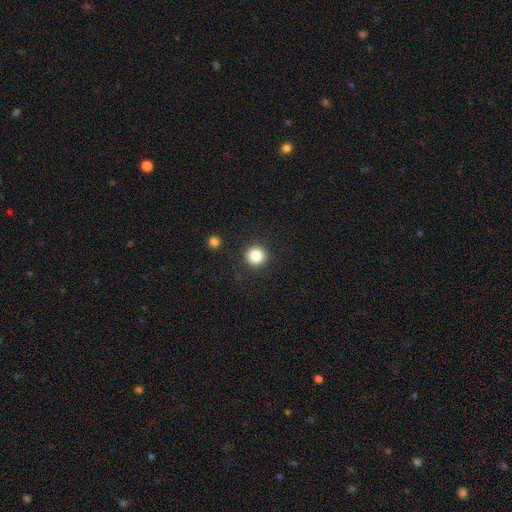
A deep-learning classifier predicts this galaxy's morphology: smooth 84%, star or artifact 11%, featured or disk 5%. Down the decision tree: how rounded — round (96%); merging — none (91%).